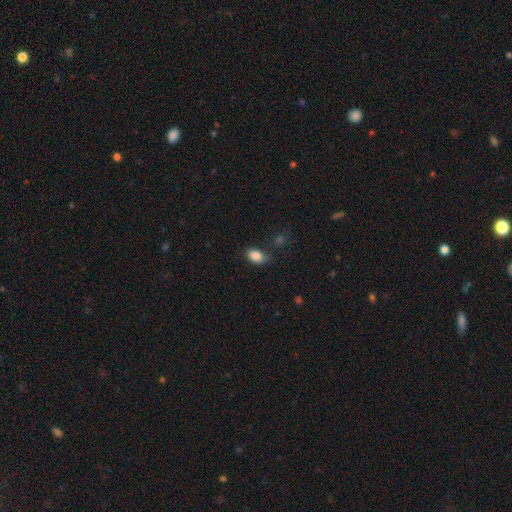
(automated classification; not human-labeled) This is clearly a smooth galaxy (87%). How rounded: clearly in between (87%). Merging: likely none (73%).